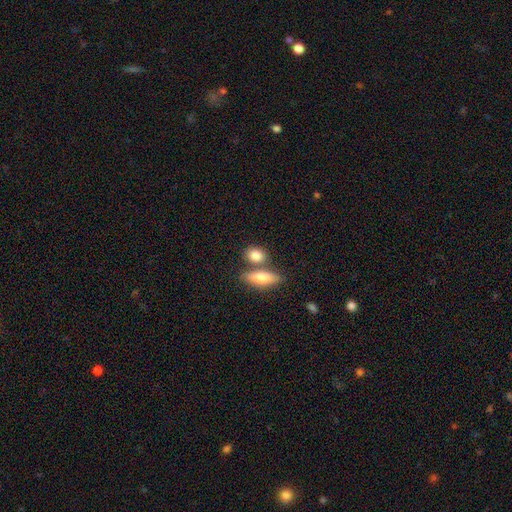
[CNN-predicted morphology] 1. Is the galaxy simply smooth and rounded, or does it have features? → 82% smooth, 11% featured or disk, 7% star or artifact.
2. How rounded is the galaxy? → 57% in between, 34% round, 9% cigar-shaped.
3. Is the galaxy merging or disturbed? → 58% none, 27% merger, 11% minor disturbance, 3% major disturbance.